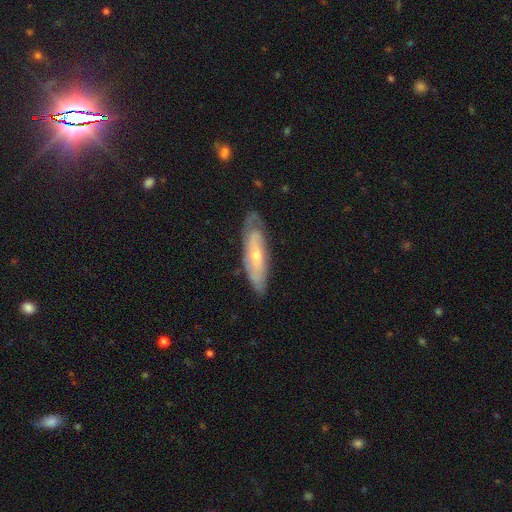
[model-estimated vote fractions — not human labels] Overall: featured or disk (69%). Edge-on disk: no (72%). Merging: none (70%).